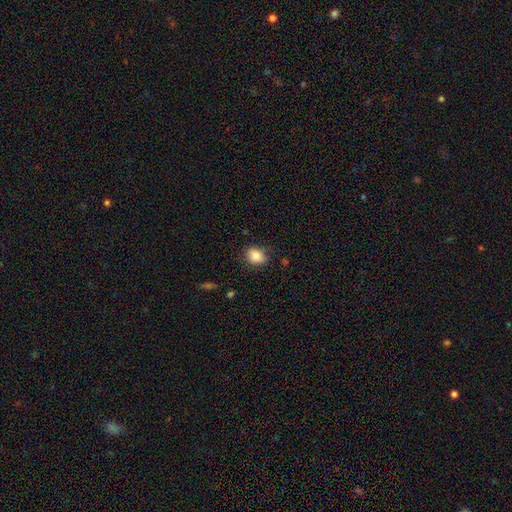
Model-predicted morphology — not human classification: smooth 83%, star or artifact 9%, featured or disk 8%. Down the decision tree: how rounded — in between (51%); merging — none (73%).